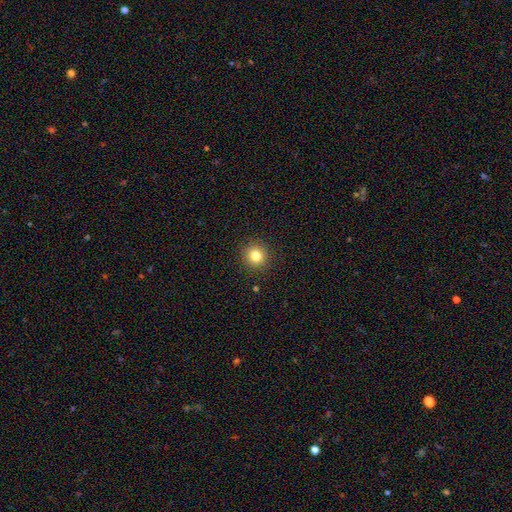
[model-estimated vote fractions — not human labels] This is clearly a smooth galaxy (81%). How rounded: clearly round (92%). Merging: clearly none (92%).